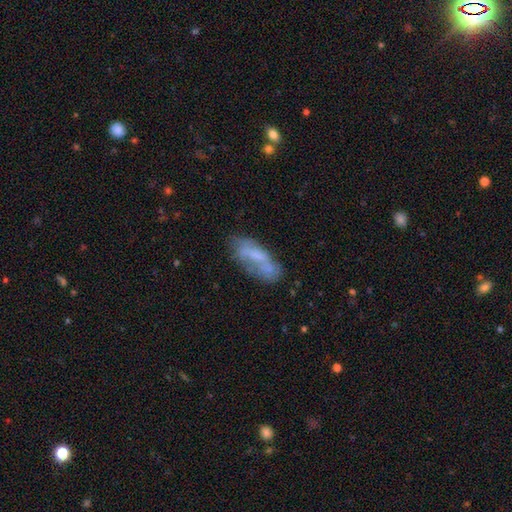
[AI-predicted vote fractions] Morphology: type=smooth (51%); roundness=in between (71%); merging=none (45%).